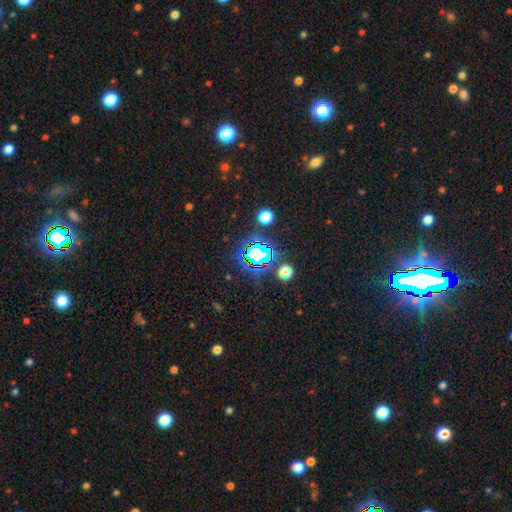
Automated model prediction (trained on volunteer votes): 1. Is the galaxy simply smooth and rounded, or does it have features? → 69% star or artifact, 20% smooth, 11% featured or disk.